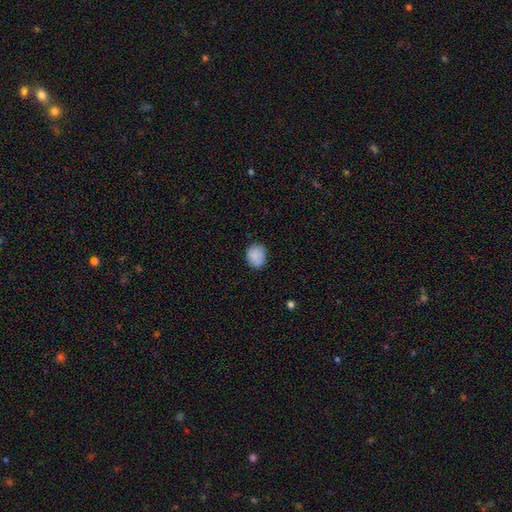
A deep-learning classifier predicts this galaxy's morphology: Smooth or featured?
  - smooth: 88% *
  - star or artifact: 8%
  - featured or disk: 4%
How rounded?
  - round: 61% *
  - in between: 38%
  - cigar-shaped: 1%
Merging?
  - none: 80% *
  - minor disturbance: 16%
  - major disturbance: 3%
  - merger: 1%